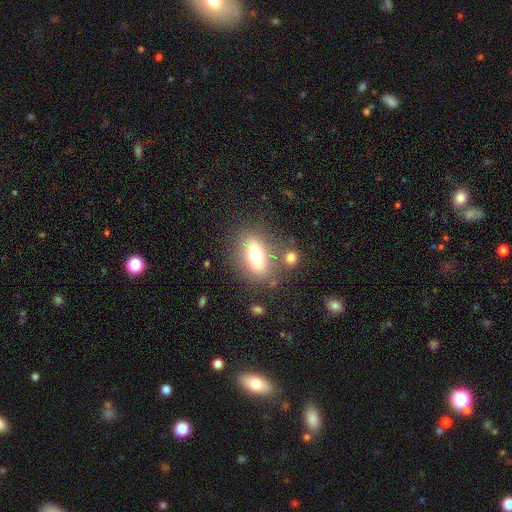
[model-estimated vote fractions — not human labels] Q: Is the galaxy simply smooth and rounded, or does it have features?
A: smooth — 59%.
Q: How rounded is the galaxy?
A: in between — 73%.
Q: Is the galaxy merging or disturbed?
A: none — 72%.